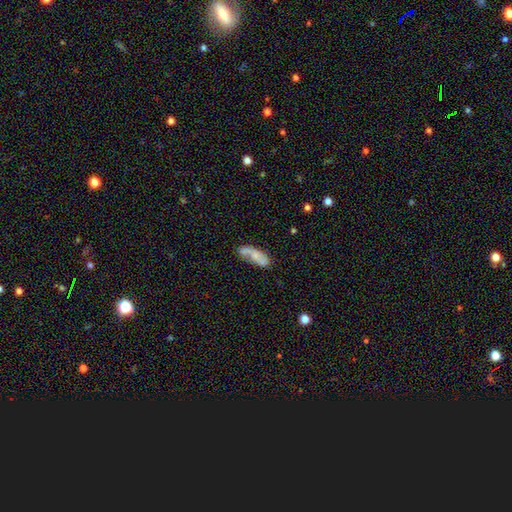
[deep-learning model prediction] Morphology: type=smooth (53%); roundness=in between (66%); merging=none (48%).